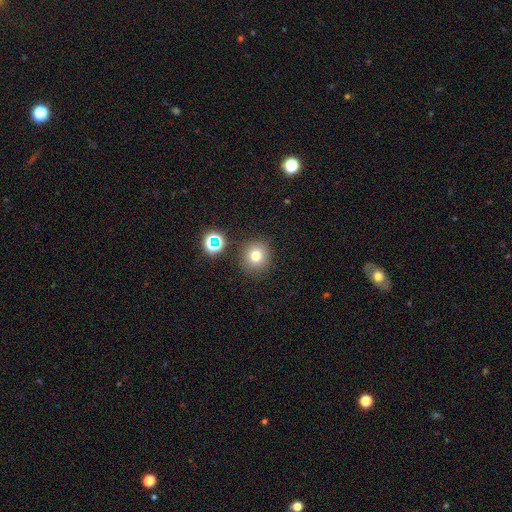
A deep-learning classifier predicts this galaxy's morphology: smooth-or-featured: smooth: 74% | star or artifact: 17% | featured or disk: 9%
  how-rounded: round: 91% | in between: 8% | cigar-shaped: 1%
  merging: none: 85% | minor disturbance: 8% | merger: 4% | major disturbance: 3%